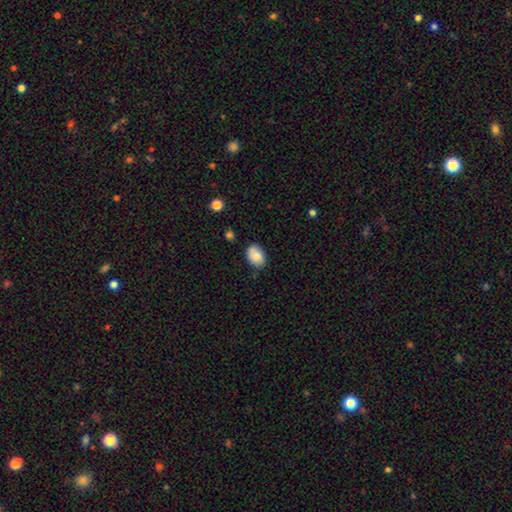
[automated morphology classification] smooth 83%, featured or disk 9%, star or artifact 8%. Down the decision tree: how rounded — in between (82%); merging — none (75%).